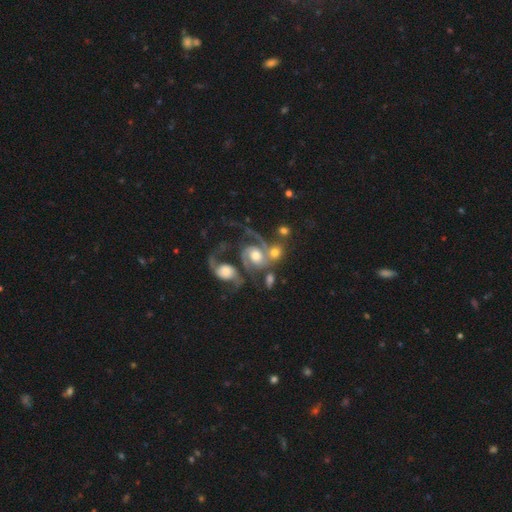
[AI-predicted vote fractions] smooth_or_featured: featured or disk (p=0.83) [alt: smooth p=0.11]
disk_edge_on: no (p=0.98) [alt: yes p=0.02]
bar: no (p=0.63) [alt: weak p=0.28]
has_spiral_arms: yes (p=0.95) [alt: no p=0.05]
spiral_winding: medium (p=0.47) [alt: loose p=0.32]
spiral_arm_count: 2 (p=0.73) [alt: 3 p=0.08]
bulge_size: moderate (p=0.54) [alt: large p=0.25]
merging: merger (p=0.48) [alt: none p=0.24]